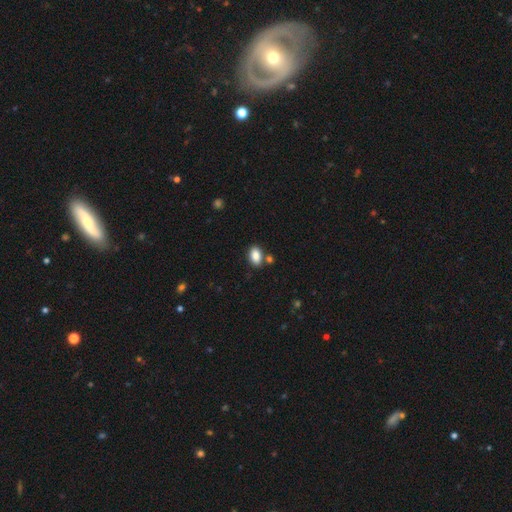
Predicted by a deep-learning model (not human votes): smooth 87%, star or artifact 8%, featured or disk 5%. Down the decision tree: how rounded — in between (90%); merging — none (75%).